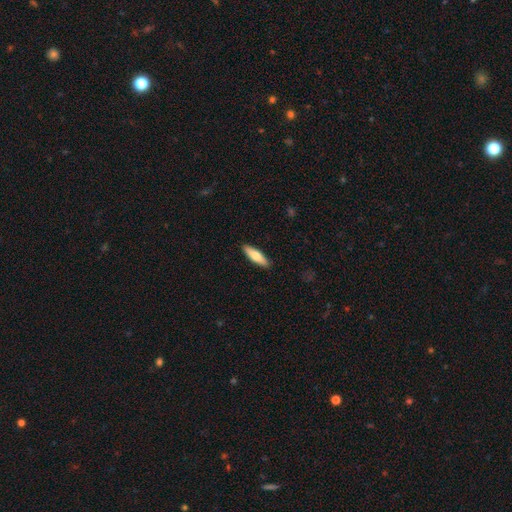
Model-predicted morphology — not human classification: Smooth or featured? Predicted: smooth (p=0.70). How rounded? Predicted: cigar-shaped (p=0.61). Merging? Predicted: none (p=0.90).